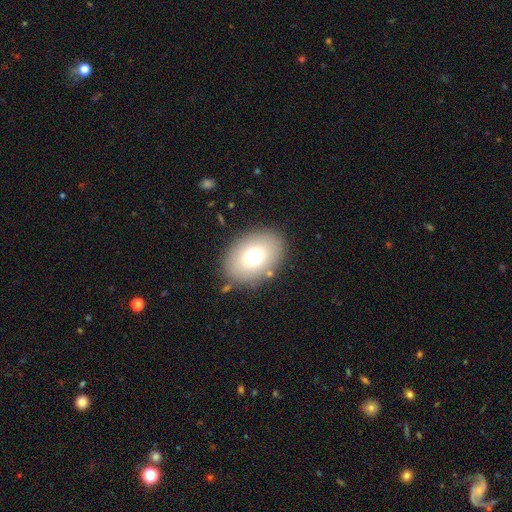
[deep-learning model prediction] Smooth or featured?
  - smooth: 74% *
  - featured or disk: 17%
  - star or artifact: 10%
How rounded?
  - in between: 79% *
  - round: 20%
  - cigar-shaped: 1%
Merging?
  - none: 85% *
  - minor disturbance: 9%
  - major disturbance: 3%
  - merger: 2%